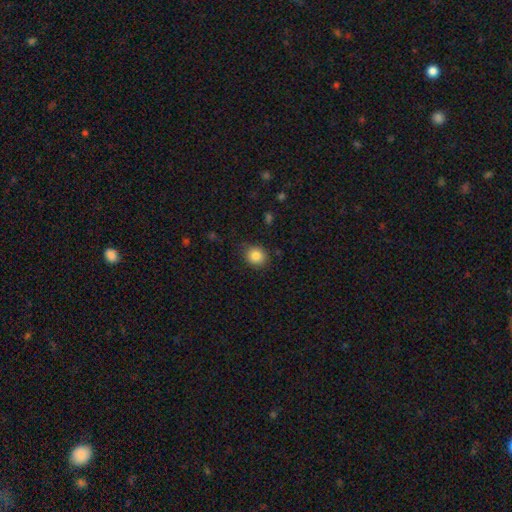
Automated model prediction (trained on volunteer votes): Overall: smooth (85%). How rounded: round (80%). Merging: none (83%).